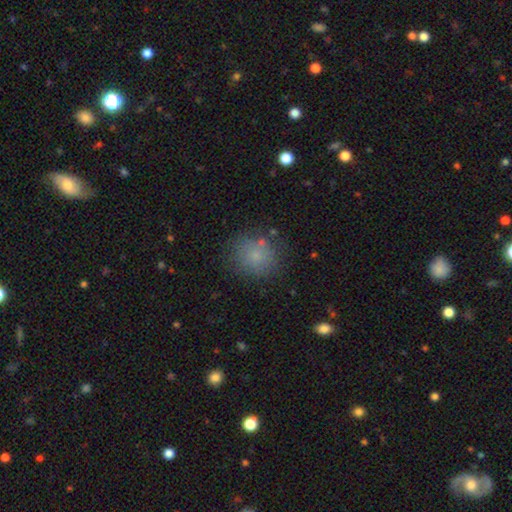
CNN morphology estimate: The model was most divided on "smooth or featured": smooth: 77%, star or artifact: 14%, featured or disk: 9%. More confident: how rounded — round (85%); merging — none (79%).